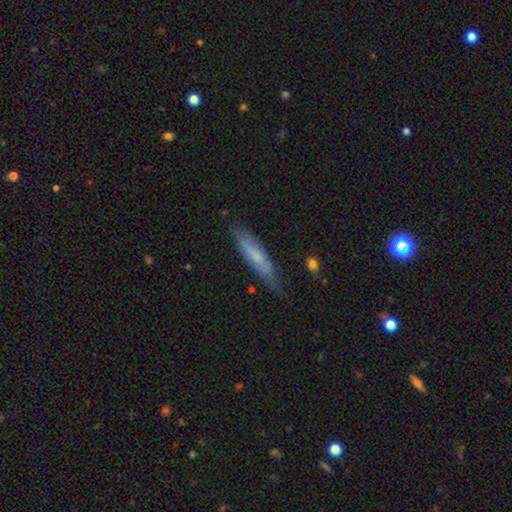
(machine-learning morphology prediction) A smooth galaxy with no disk features (55%) that is cigar-shaped (80%). Merging: none (73%).